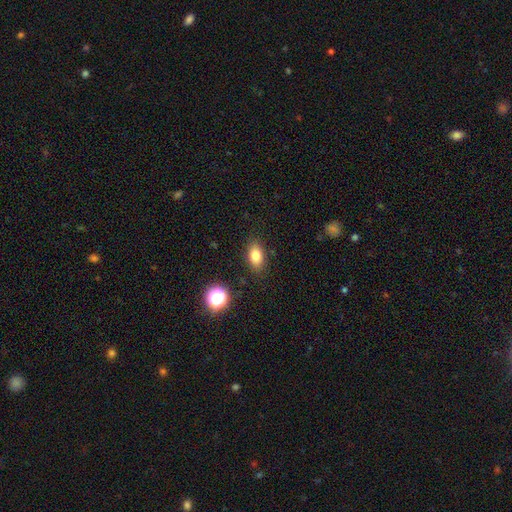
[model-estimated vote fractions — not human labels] smooth 80%, star or artifact 11%, featured or disk 9%. Down the decision tree: how rounded — in between (84%); merging — none (86%).